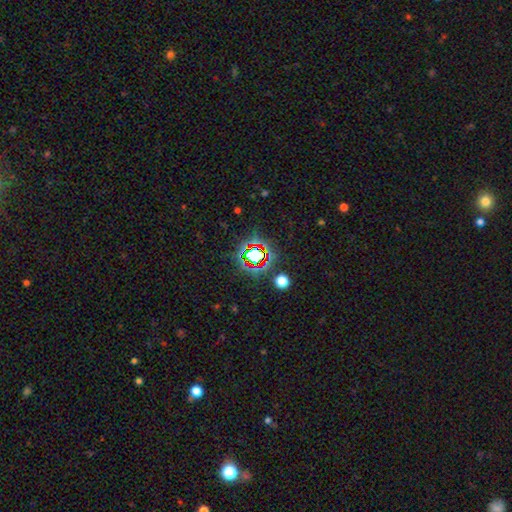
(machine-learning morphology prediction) This appears to be a star or artifact, not a galaxy (70%).